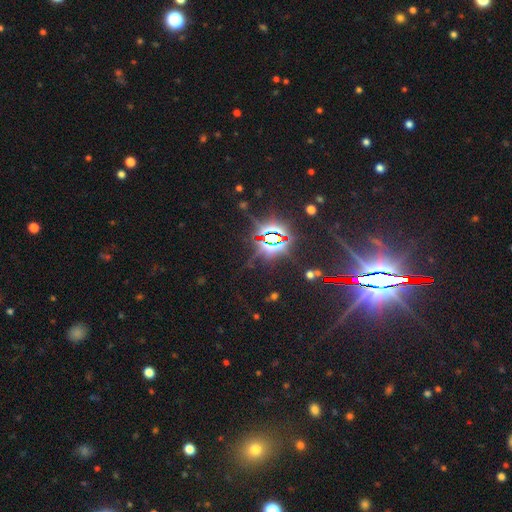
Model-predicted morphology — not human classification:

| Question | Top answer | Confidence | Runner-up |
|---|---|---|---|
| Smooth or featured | star or artifact | 82% | featured or disk (10%) |